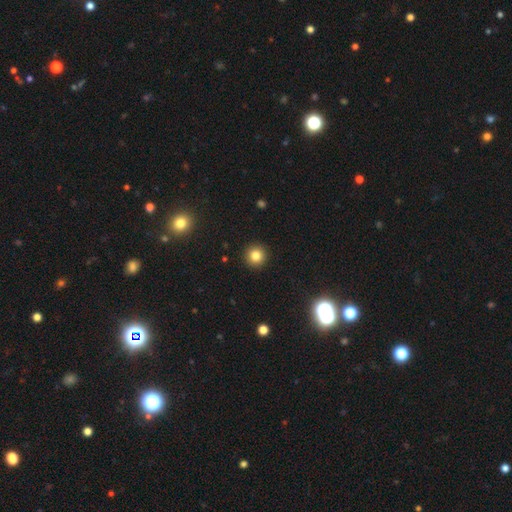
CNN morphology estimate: The model was most divided on "smooth or featured": smooth: 82%, star or artifact: 12%, featured or disk: 6%. More confident: how rounded — round (95%); merging — none (93%).